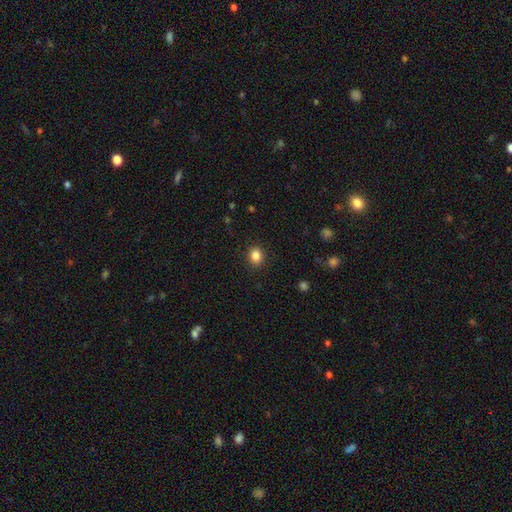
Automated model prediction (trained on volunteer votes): smooth 85%, star or artifact 11%, featured or disk 4%. Down the decision tree: how rounded — round (62%); merging — none (90%).